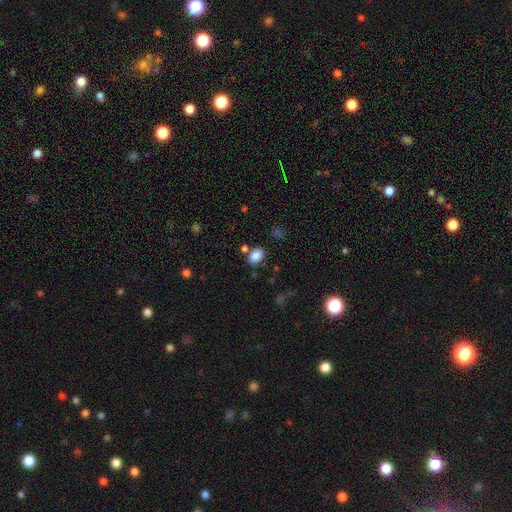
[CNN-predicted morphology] Smooth or featured? Predicted: smooth (p=0.85). How rounded? Predicted: in between (p=0.78). Merging? Predicted: none (p=0.74).